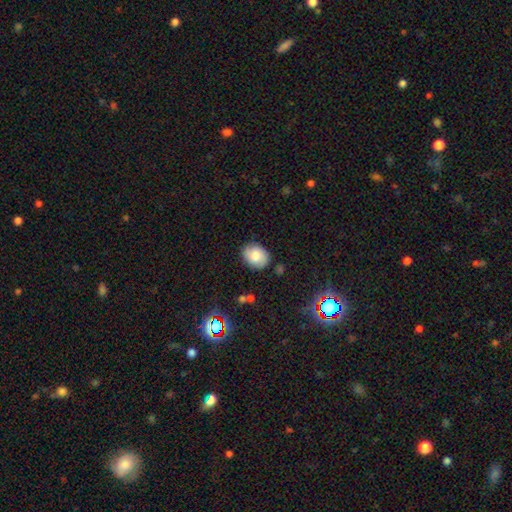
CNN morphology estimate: Smooth or featured: smooth — 71% (featured or disk — 20%)
How rounded: in between — 53% (round — 46%)
Merging: none — 79% (minor disturbance — 15%)